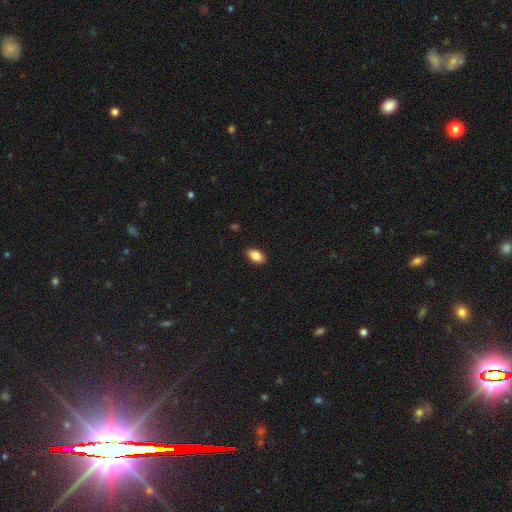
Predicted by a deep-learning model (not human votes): Morphology: type=smooth (87%); roundness=in between (92%); merging=none (89%).